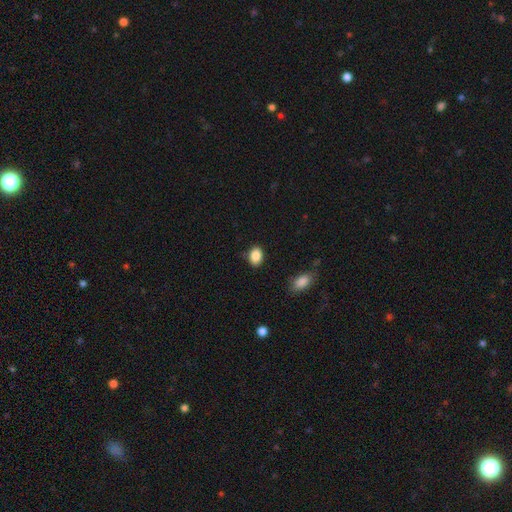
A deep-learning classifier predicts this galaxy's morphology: Overall: smooth (87%). How rounded: in between (72%). Merging: none (83%).